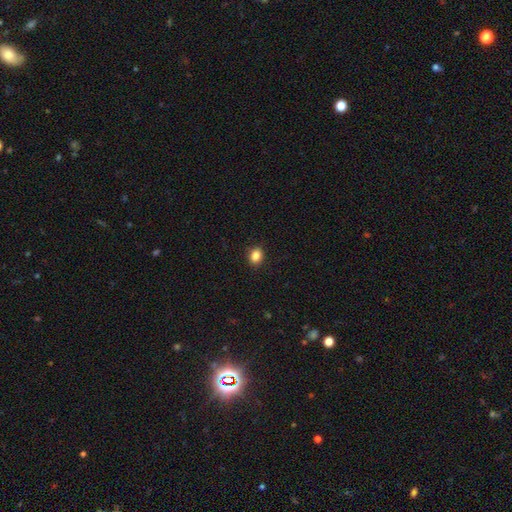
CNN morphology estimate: smooth 86%, star or artifact 10%, featured or disk 4%. Down the decision tree: how rounded — in between (50%); merging — none (90%).